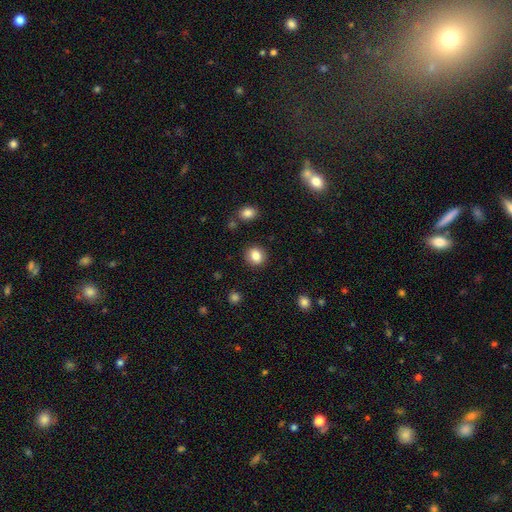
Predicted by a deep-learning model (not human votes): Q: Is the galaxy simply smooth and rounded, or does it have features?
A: smooth — 85%.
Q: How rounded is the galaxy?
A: round — 74%.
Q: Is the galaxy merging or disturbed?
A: none — 89%.